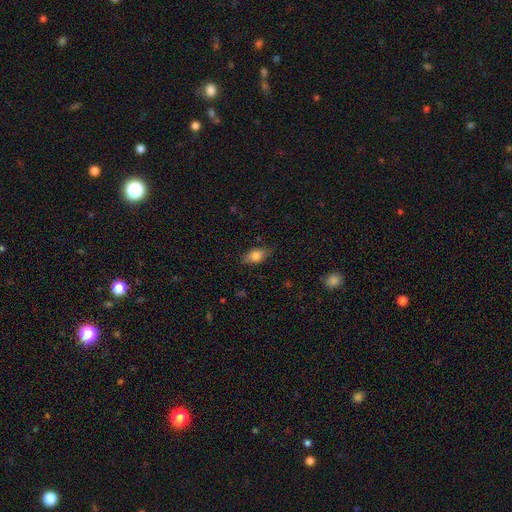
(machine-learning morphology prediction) smooth_or_featured: smooth (p=0.75) [alt: featured or disk p=0.17]
how_rounded: in between (p=0.84) [alt: round p=0.09]
merging: none (p=0.80) [alt: minor disturbance p=0.16]